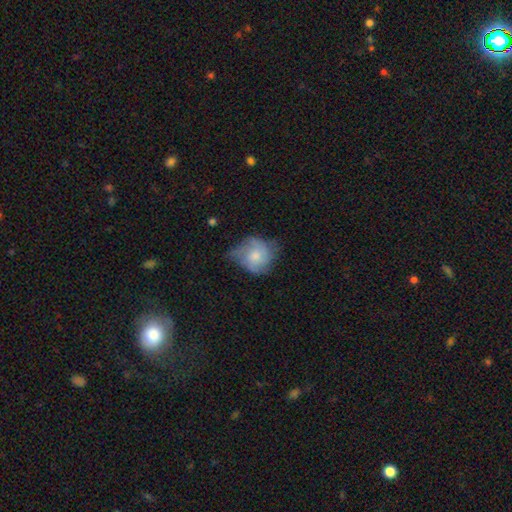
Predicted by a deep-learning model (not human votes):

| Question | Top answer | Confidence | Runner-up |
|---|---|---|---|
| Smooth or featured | smooth | 54% | featured or disk (38%) |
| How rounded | round | 68% | in between (31%) |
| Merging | minor disturbance | 39% | none (38%) |